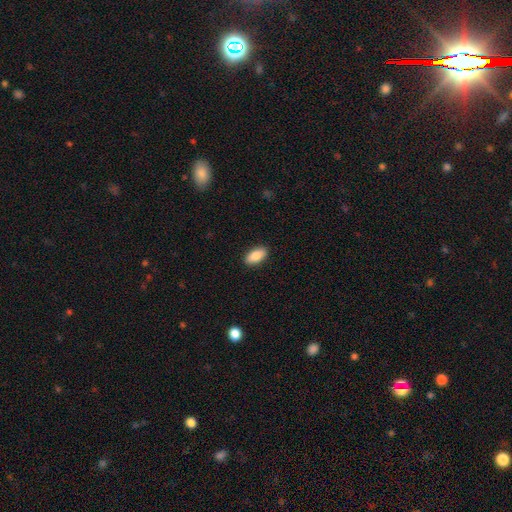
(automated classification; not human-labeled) Smooth or featured? smooth (86%)
How rounded? in between (91%)
Merging? none (89%)